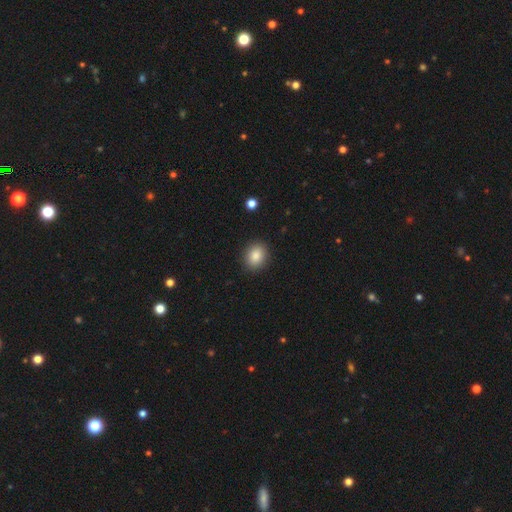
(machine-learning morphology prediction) Smooth or featured: smooth — 85% (star or artifact — 9%)
How rounded: round — 56% (in between — 43%)
Merging: none — 89% (minor disturbance — 7%)